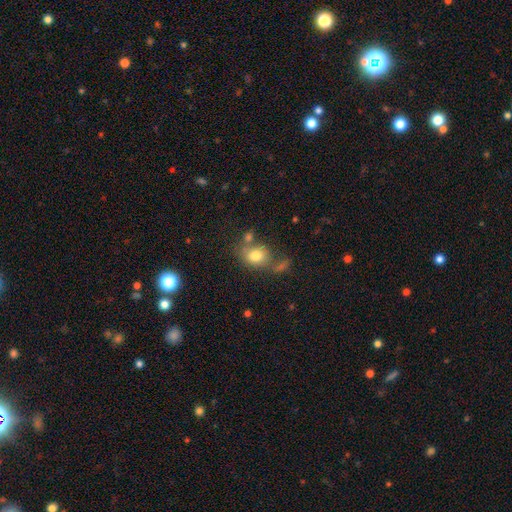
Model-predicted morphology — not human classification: type=smooth (76%); roundness=in between (55%); merging=none (51%).